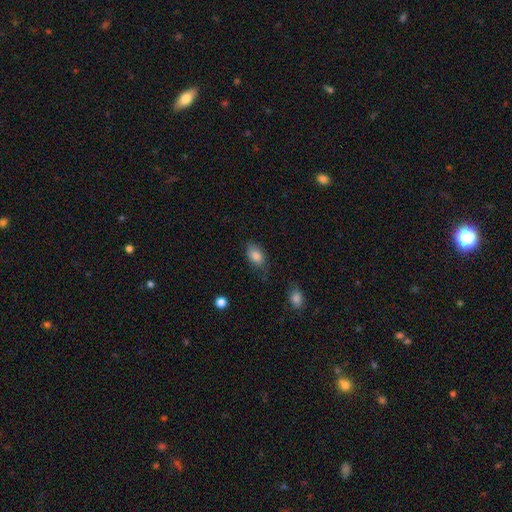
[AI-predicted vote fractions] Morphology: type=smooth (84%); roundness=in between (87%); merging=none (67%).